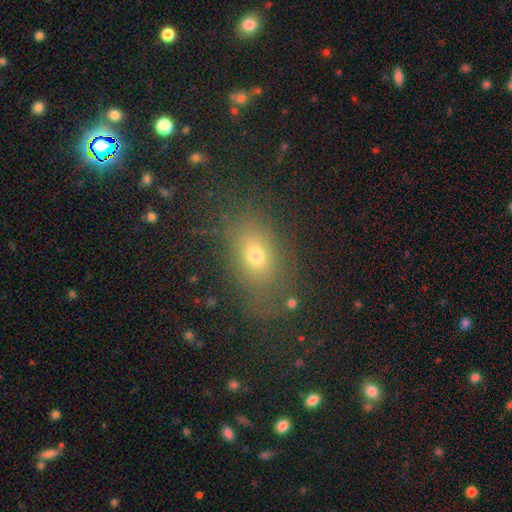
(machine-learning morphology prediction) smooth 66%, star or artifact 21%, featured or disk 13%. Down the decision tree: how rounded — in between (72%); merging — none (80%).